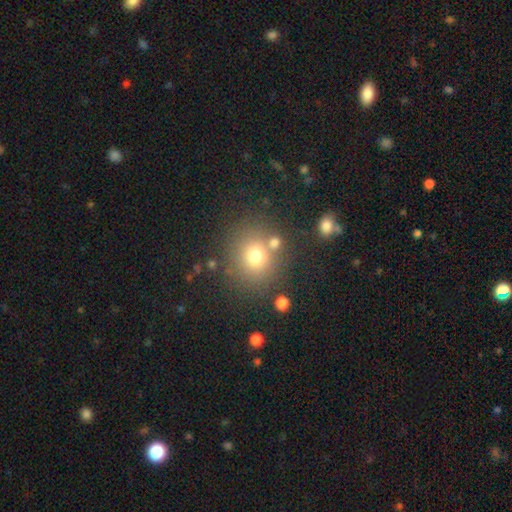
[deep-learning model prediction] The model was most divided on "smooth or featured": smooth: 72%, star or artifact: 17%, featured or disk: 11%. More confident: how rounded — round (86%); merging — none (76%).